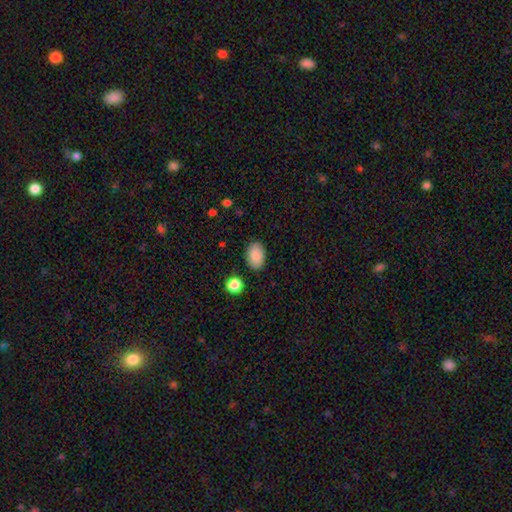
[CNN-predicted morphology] Overall: smooth (87%). How rounded: in between (88%). Merging: none (86%).